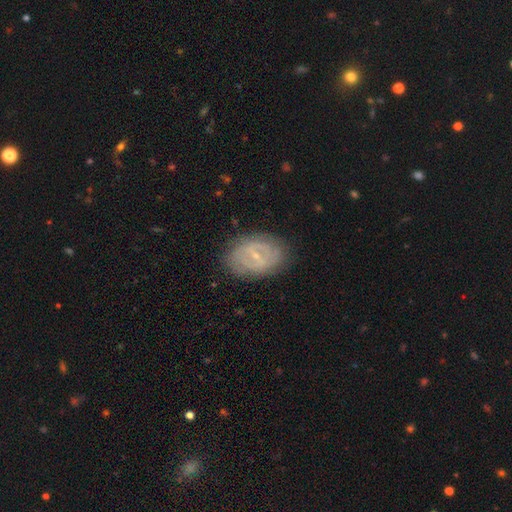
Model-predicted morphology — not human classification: smooth_or_featured: featured or disk (p=0.68) [alt: smooth p=0.24]
disk_edge_on: no (p=0.94) [alt: yes p=0.06]
bar: weak (p=0.45) [alt: strong p=0.33]
has_spiral_arms: yes (p=0.53) [alt: no p=0.47]
bulge_size: small (p=0.74) [alt: moderate p=0.19]
merging: none (p=0.78) [alt: minor disturbance p=0.15]